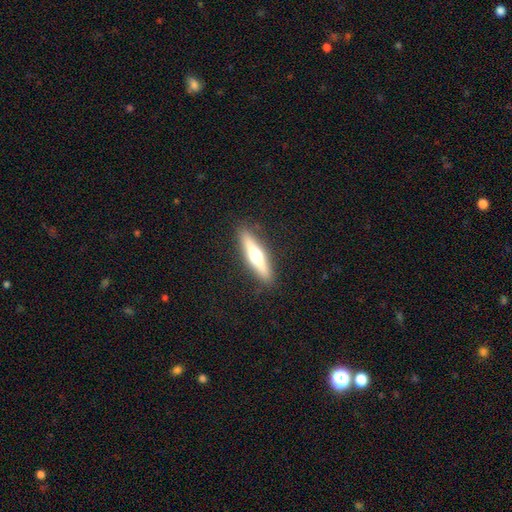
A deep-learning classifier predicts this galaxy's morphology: Smooth or featured? featured or disk (57%)
Edge-on disk? yes (94%)
Edge-on bulge? rounded (94%)
Merging? none (89%)